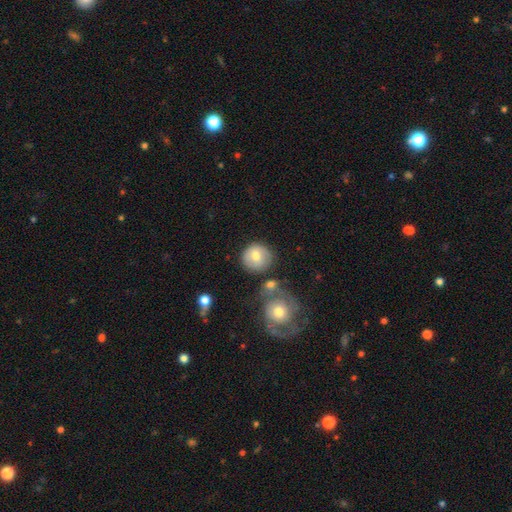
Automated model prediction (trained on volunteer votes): Smooth or featured? Predicted: smooth (p=0.74). How rounded? Predicted: round (p=0.92). Merging? Predicted: none (p=0.74).